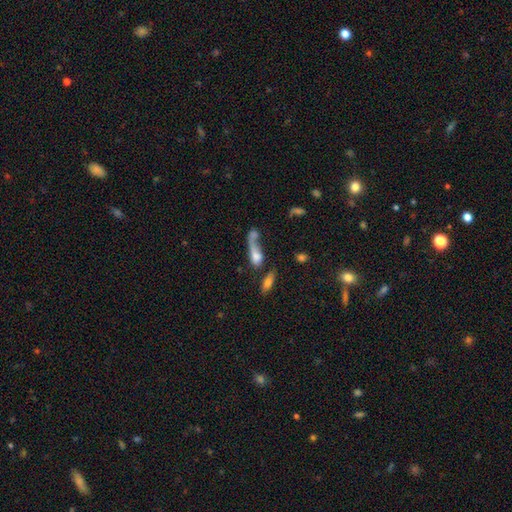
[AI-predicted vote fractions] Overall: smooth (57%; featured or disk 32%). How rounded: in between (57%; cigar-shaped 31%). Merging: merger (37%; major disturbance 31%).